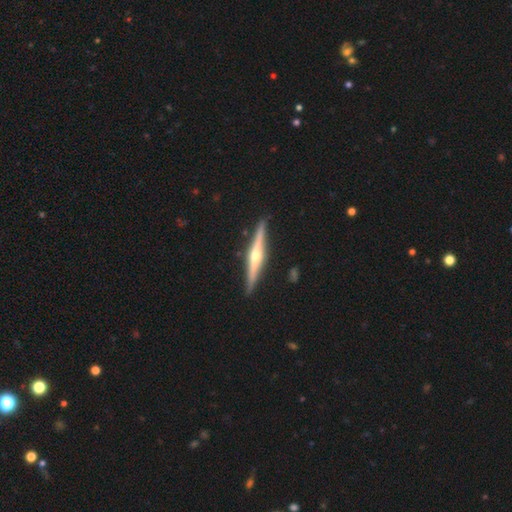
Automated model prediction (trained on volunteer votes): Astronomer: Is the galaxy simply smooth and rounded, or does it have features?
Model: featured or disk — 79%.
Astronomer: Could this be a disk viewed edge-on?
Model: yes — 98%.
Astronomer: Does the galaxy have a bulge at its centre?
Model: rounded — 91%.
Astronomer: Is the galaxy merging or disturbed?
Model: none — 90%.